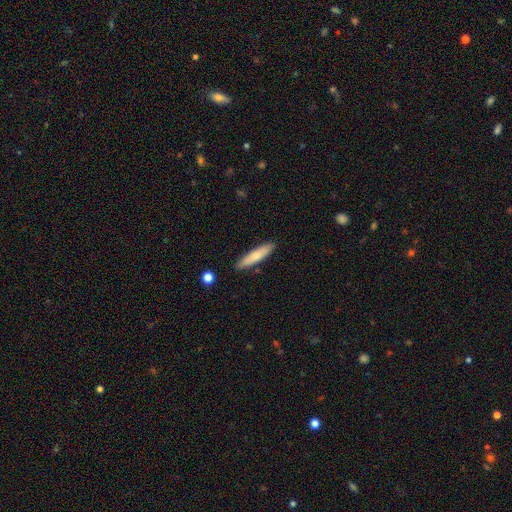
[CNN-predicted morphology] Smooth or featured? Predicted: smooth (p=0.67). How rounded? Predicted: cigar-shaped (p=0.82). Merging? Predicted: none (p=0.88).